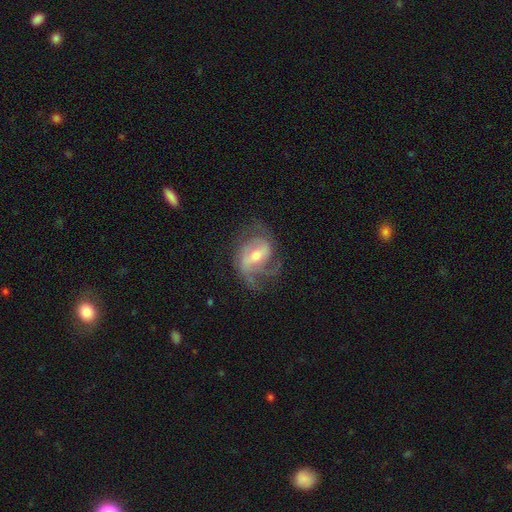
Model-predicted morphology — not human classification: Q: Smooth or featured?
A: featured or disk (83%); runner-up: smooth (11%)
Q: Edge-on disk?
A: no (97%); runner-up: yes (3%)
Q: Bar?
A: weak (44%); runner-up: strong (38%)
Q: Spiral arms?
A: yes (92%); runner-up: no (8%)
Q: Spiral winding?
A: medium (49%); runner-up: loose (27%)
Q: Spiral arm count?
A: 2 (51%); runner-up: 3 (18%)
Q: Bulge size?
A: moderate (58%); runner-up: small (34%)
Q: Merging?
A: none (56%); runner-up: major disturbance (22%)